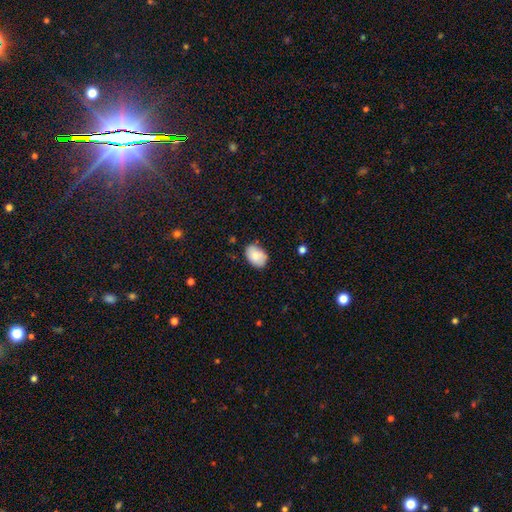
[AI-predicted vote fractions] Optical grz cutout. It shows a smooth galaxy with no disk features (84%) that is in between round and cigar-shaped (85%). Merging: none (75%).